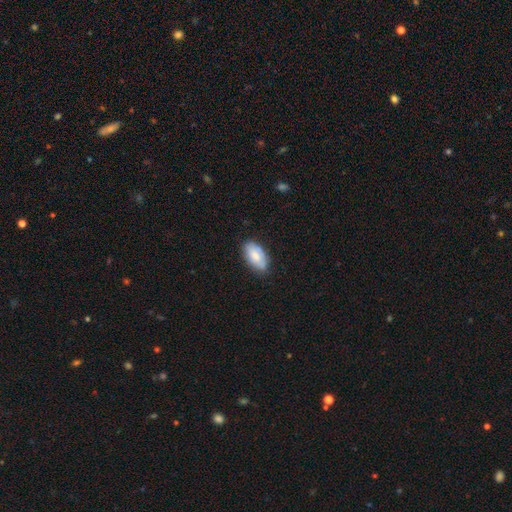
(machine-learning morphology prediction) A smooth galaxy with no disk features (76%) that is in between round and cigar-shaped (94%). Merging: none (77%).